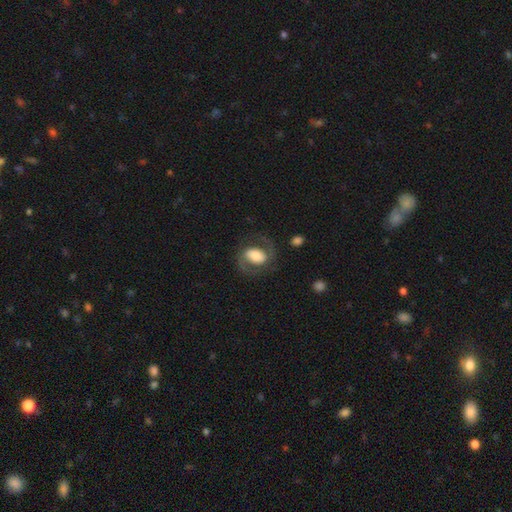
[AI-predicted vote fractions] Q: Smooth or featured?
A: featured or disk (65%); runner-up: smooth (29%)
Q: Edge-on disk?
A: no (96%); runner-up: yes (4%)
Q: Bar?
A: no (39%); runner-up: weak (33%)
Q: Spiral arms?
A: yes (85%); runner-up: no (15%)
Q: Spiral winding?
A: medium (53%); runner-up: loose (26%)
Q: Spiral arm count?
A: 2 (89%); runner-up: can't tell (4%)
Q: Bulge size?
A: moderate (44%); runner-up: large (35%)
Q: Merging?
A: none (72%); runner-up: minor disturbance (14%)